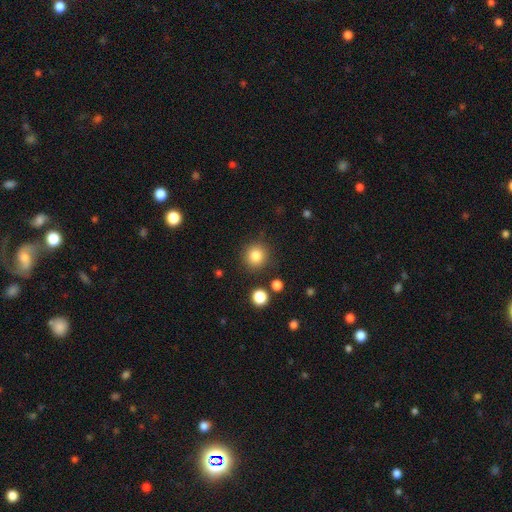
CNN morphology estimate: Overall: smooth (84%). How rounded: round (92%). Merging: none (87%).